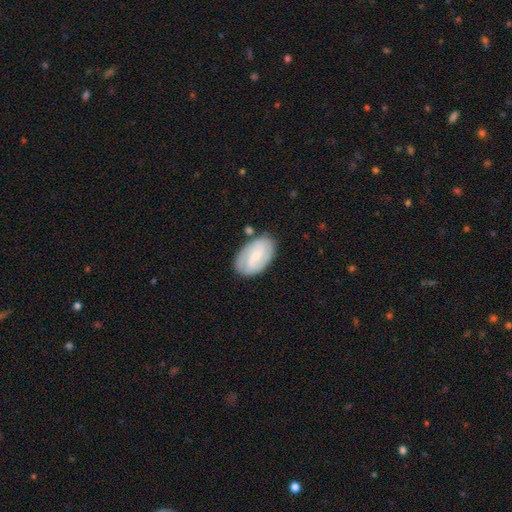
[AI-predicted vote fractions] featured or disk 59%, smooth 35%, star or artifact 6%. Down the decision tree: edge-on disk — no (96%); bar — weak (50%); spiral arms — yes (87%); bulge size — small (57%); merging — none (78%).